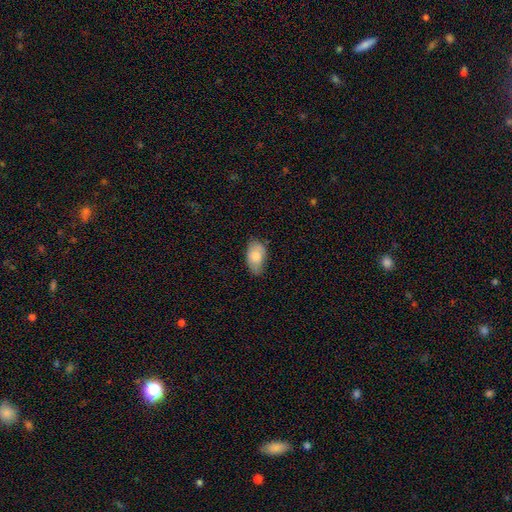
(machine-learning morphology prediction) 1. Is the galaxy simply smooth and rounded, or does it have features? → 78% smooth, 15% featured or disk, 7% star or artifact.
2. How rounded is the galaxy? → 93% in between, 5% round, 2% cigar-shaped.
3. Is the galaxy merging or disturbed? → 68% none, 26% minor disturbance, 5% major disturbance, 1% merger.